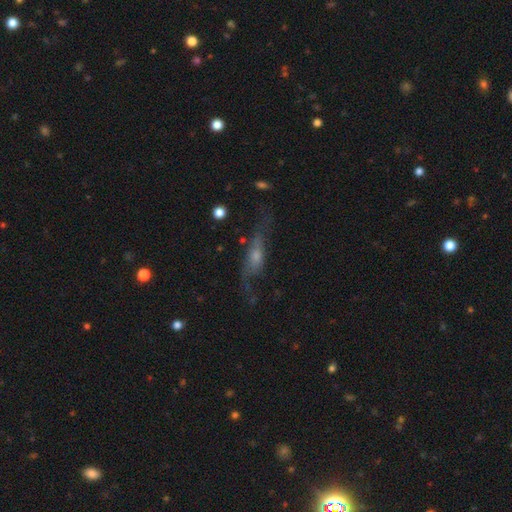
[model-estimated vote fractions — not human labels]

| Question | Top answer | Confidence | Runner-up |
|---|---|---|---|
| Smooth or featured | featured or disk | 54% | smooth (36%) |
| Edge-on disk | no | 51% | yes (49%) |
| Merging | none | 44% | major disturbance (26%) |